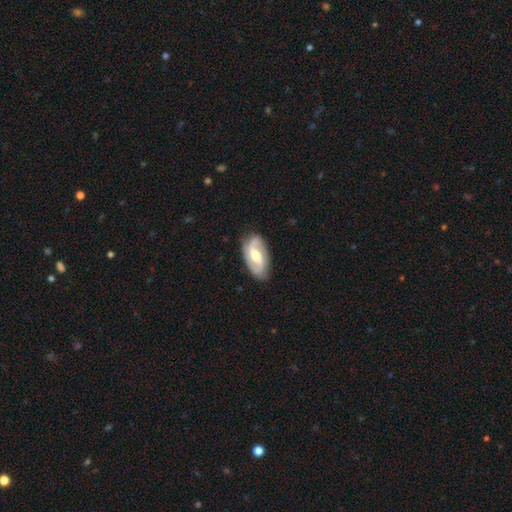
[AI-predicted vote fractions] A featured or disk galaxy (84%) with a weak bar (43%), 2 (92%) medium (42%) spiral arms (94%) and a moderate central bulge (67%). Merging: none (84%).